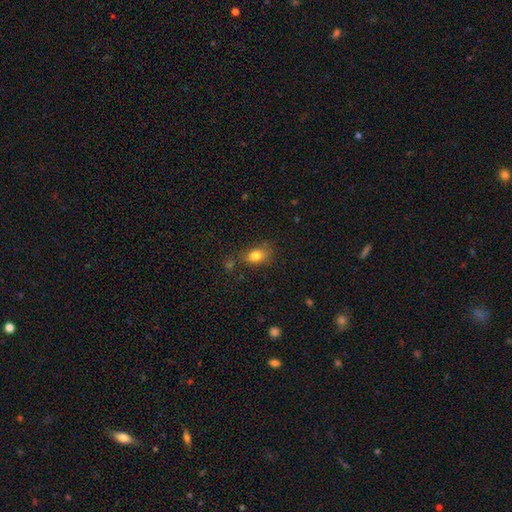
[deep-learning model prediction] smooth-or-featured: smooth: 81% | star or artifact: 10% | featured or disk: 9%
  how-rounded: in between: 77% | round: 21% | cigar-shaped: 2%
  merging: none: 62% | minor disturbance: 23% | major disturbance: 9% | merger: 6%